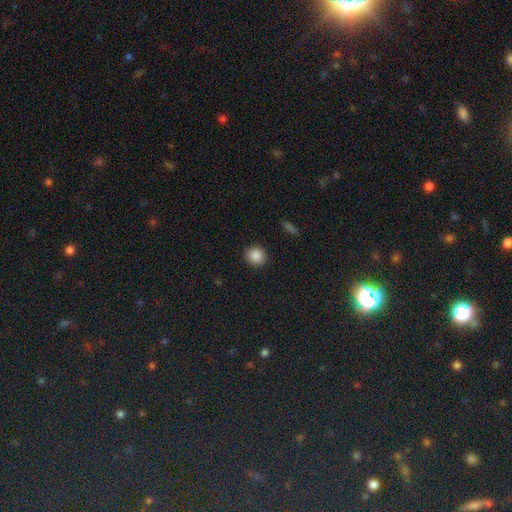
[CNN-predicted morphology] Smooth or featured?
  - smooth: 87% *
  - star or artifact: 9%
  - featured or disk: 4%
How rounded?
  - round: 86% *
  - in between: 13%
  - cigar-shaped: 1%
Merging?
  - none: 91% *
  - minor disturbance: 6%
  - major disturbance: 2%
  - merger: 1%